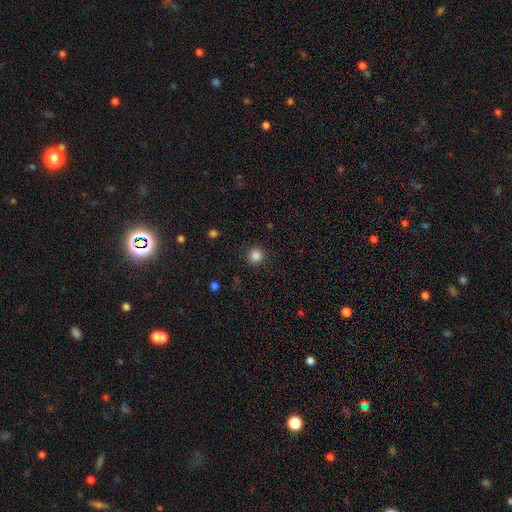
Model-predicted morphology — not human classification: Q: Smooth or featured?
A: smooth (85%); runner-up: star or artifact (11%)
Q: How rounded?
A: round (95%); runner-up: in between (4%)
Q: Merging?
A: none (91%); runner-up: minor disturbance (6%)